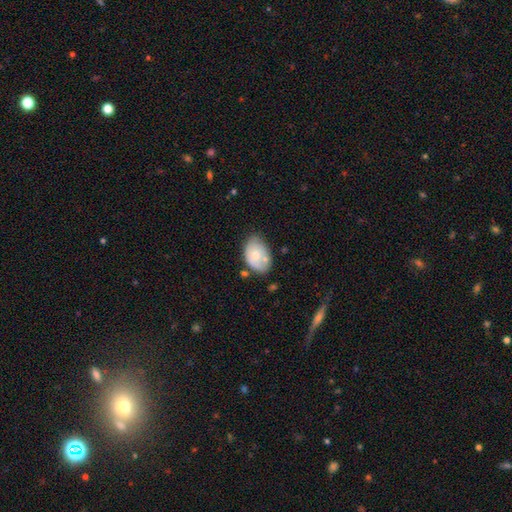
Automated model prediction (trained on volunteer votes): smooth-or-featured: smooth: 66% | featured or disk: 28% | star or artifact: 6%
  how-rounded: in between: 85% | round: 13% | cigar-shaped: 1%
  merging: none: 53% | minor disturbance: 30% | merger: 9% | major disturbance: 7%